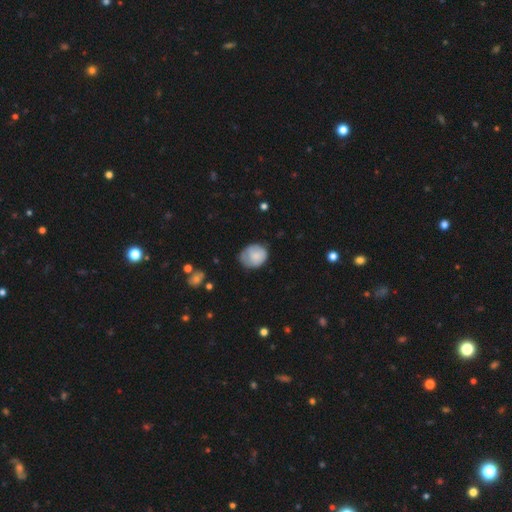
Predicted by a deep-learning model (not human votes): Smooth or featured? smooth (74%)
How rounded? round (59%)
Merging? none (58%)